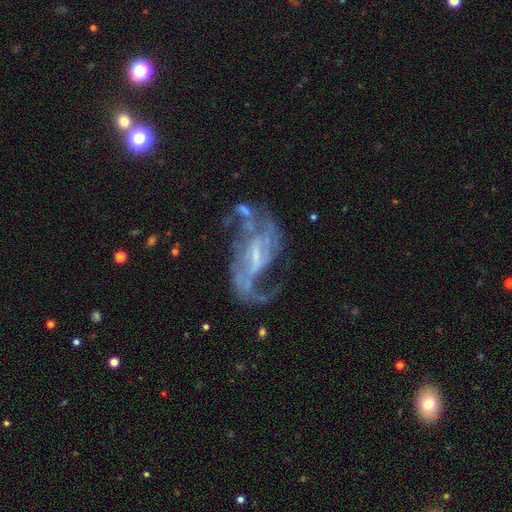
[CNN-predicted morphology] smooth-or-featured: featured or disk: 85% | star or artifact: 8% | smooth: 7%
  disk-edge-on: no: 95% | yes: 5%
    bar: weak: 46% | strong: 32% | no: 21%
    has-spiral-arms: yes: 87% | no: 13%
      spiral-winding: loose: 52% | medium: 35% | tight: 13%
      spiral-arm-count: 2: 65% | can't tell: 15% | 1: 10% | 3: 5% | 4: 3% | more than 4: 2%
    bulge-size: small: 56% | moderate: 21% | none: 19% | large: 2% | dominant: 1%
  merging: none: 41% | major disturbance: 32% | minor disturbance: 18% | merger: 10%